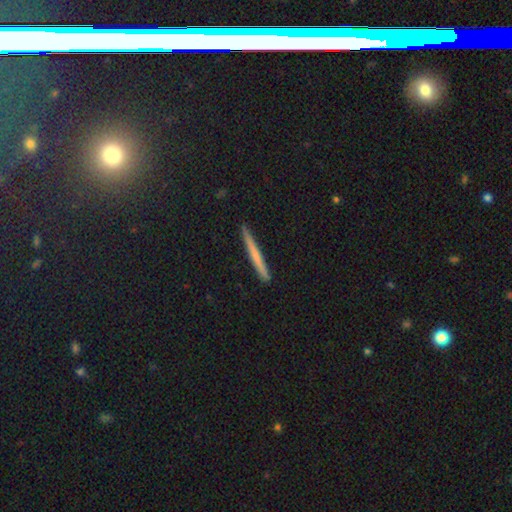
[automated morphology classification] The model was most divided on "smooth or featured": smooth: 57%, featured or disk: 37%, star or artifact: 7%. More confident: how rounded — cigar-shaped (97%); merging — none (92%).